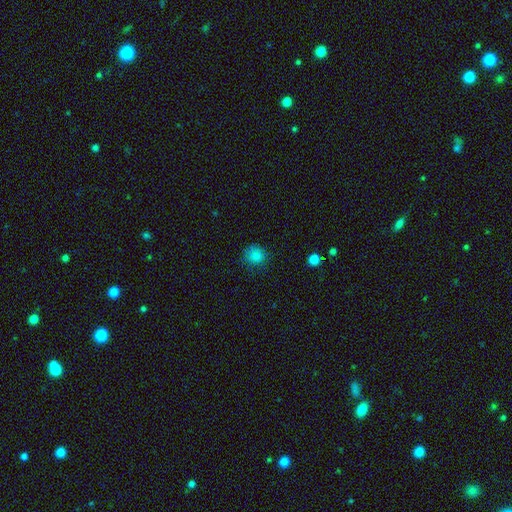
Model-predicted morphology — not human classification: smooth-or-featured: smooth: 84% | star or artifact: 12% | featured or disk: 4%
  how-rounded: round: 88% | in between: 11% | cigar-shaped: 1%
  merging: none: 79% | minor disturbance: 16% | major disturbance: 4% | merger: 1%